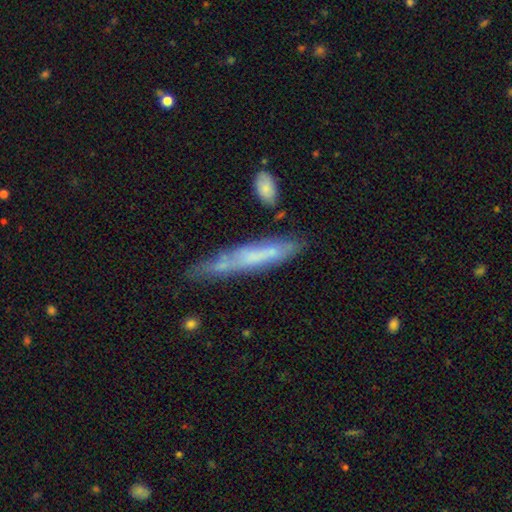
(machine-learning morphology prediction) Smooth or featured? smooth (47%)
Merging? none (59%)